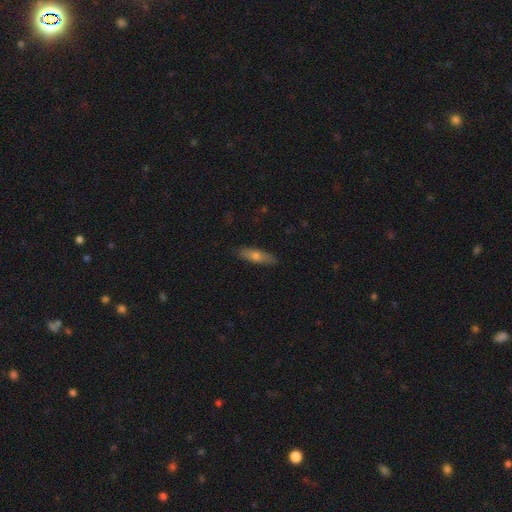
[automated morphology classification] This is likely a smooth galaxy (64%). How rounded: possibly cigar-shaped (60%). Merging: clearly none (88%).